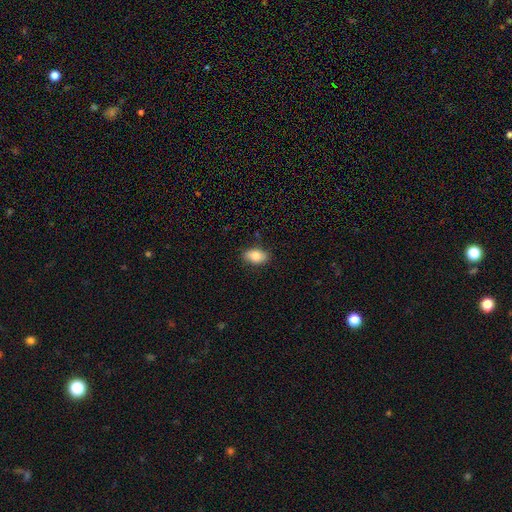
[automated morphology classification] smooth-or-featured: smooth: 84% | featured or disk: 9% | star or artifact: 7%
  how-rounded: in between: 91% | round: 7% | cigar-shaped: 2%
  merging: none: 87% | minor disturbance: 10% | major disturbance: 2% | merger: 1%